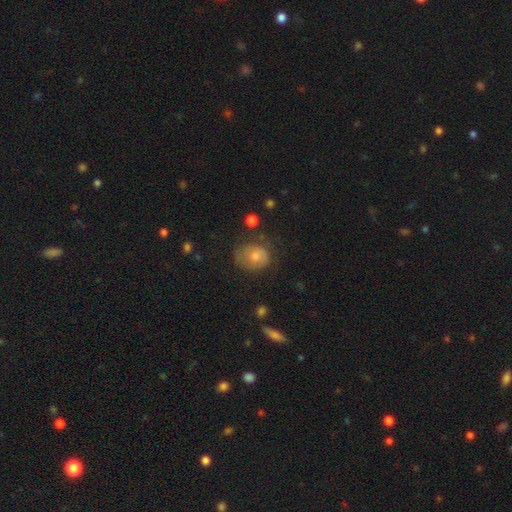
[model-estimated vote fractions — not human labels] Smooth or featured?
  - smooth: 54% *
  - featured or disk: 33%
  - star or artifact: 13%
How rounded?
  - round: 64% *
  - in between: 35%
  - cigar-shaped: 1%
Merging?
  - none: 63% *
  - minor disturbance: 23%
  - major disturbance: 12%
  - merger: 2%